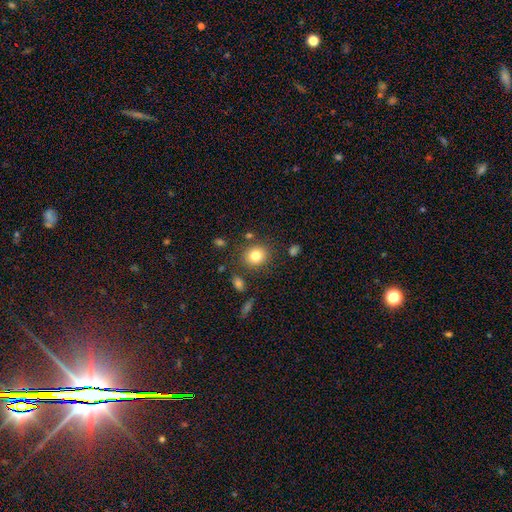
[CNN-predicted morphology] Smooth or featured? Predicted: smooth (p=0.81). How rounded? Predicted: round (p=0.75). Merging? Predicted: none (p=0.82).